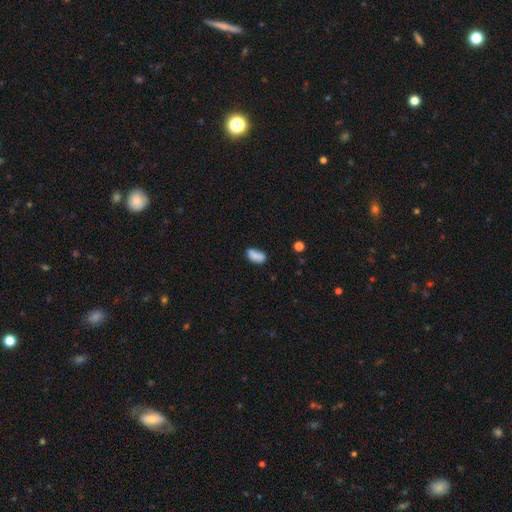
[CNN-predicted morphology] Smooth or featured? smooth (81%)
How rounded? in between (90%)
Merging? none (57%)